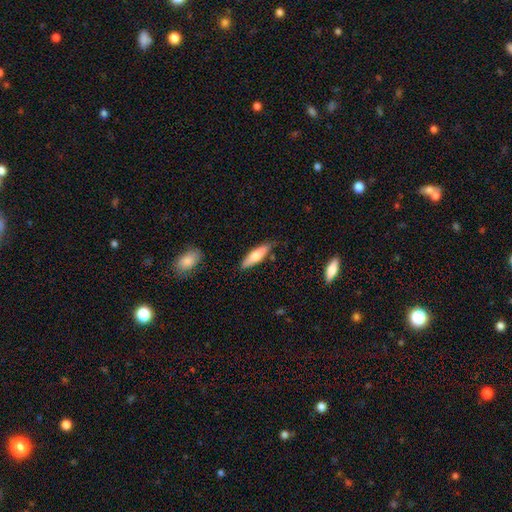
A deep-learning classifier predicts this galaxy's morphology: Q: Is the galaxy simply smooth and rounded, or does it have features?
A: smooth — 68%.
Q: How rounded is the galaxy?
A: cigar-shaped — 62%.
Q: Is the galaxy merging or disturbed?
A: none — 81%.